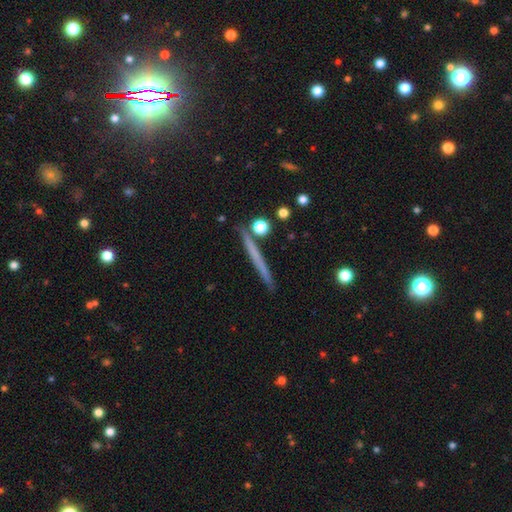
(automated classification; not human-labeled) smooth_or_featured: smooth (p=0.49) [alt: featured or disk p=0.43]
merging: none (p=0.89) [alt: minor disturbance p=0.07]